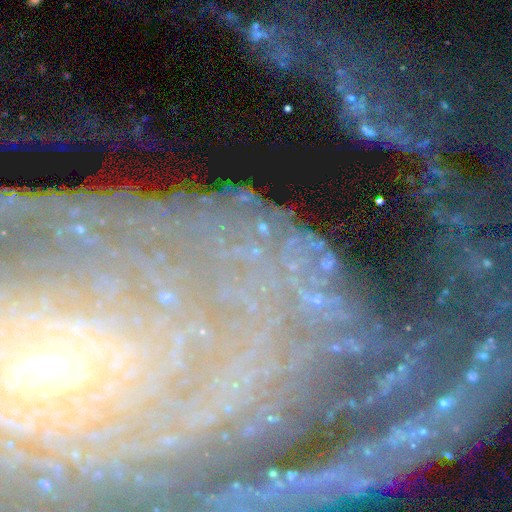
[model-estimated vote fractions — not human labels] Smooth or featured? star or artifact (54%)